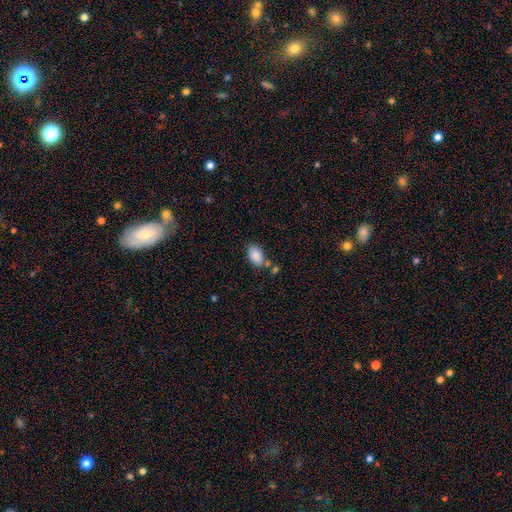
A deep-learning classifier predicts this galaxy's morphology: Q: Smooth or featured?
A: smooth (88%); runner-up: star or artifact (7%)
Q: How rounded?
A: in between (92%); runner-up: round (6%)
Q: Merging?
A: none (68%); runner-up: minor disturbance (17%)